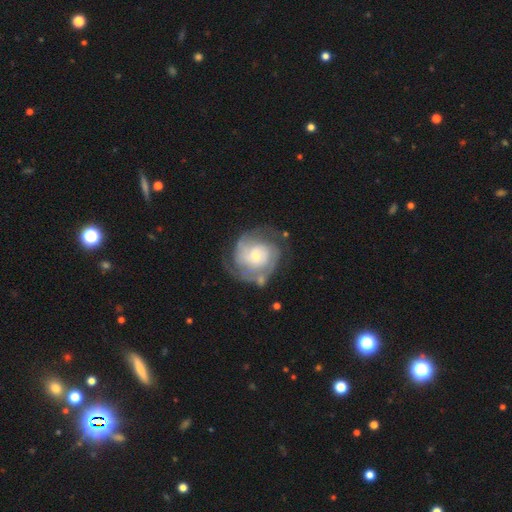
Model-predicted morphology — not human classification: type=featured or disk (83%); edge-on=no (98%); bar=no (73%); spiral arms=yes (93%); winding=tight (64%); arm count=2 (38%); bulge=small (55%); merging=none (62%).